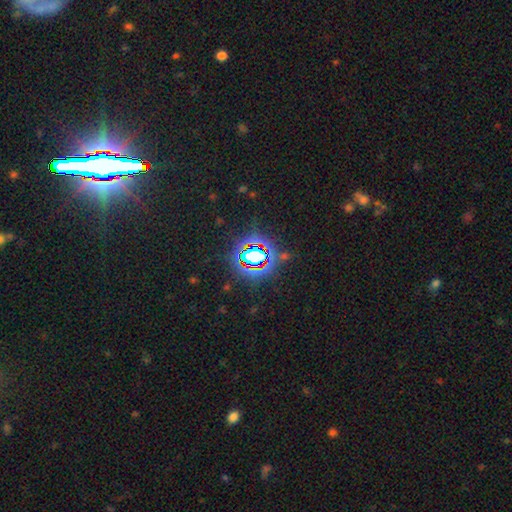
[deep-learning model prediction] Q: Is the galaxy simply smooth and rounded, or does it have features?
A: star or artifact — 74%.